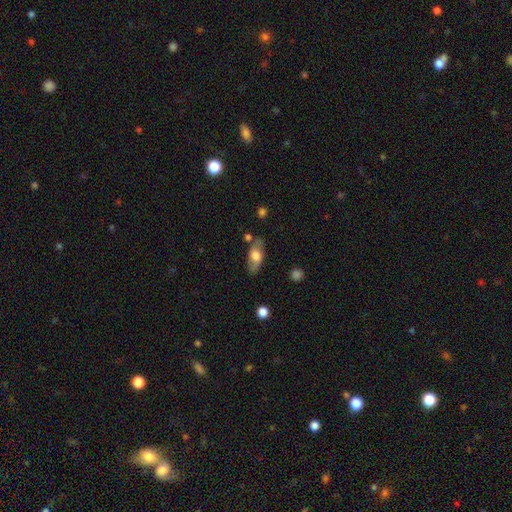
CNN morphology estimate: Overall: smooth (55%; featured or disk 38%). How rounded: in between (80%). Merging: none (76%).